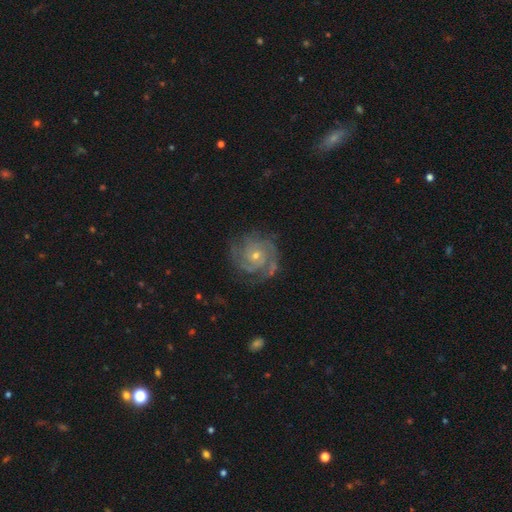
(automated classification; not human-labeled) The model was most divided on "spiral arm count": 3: 34%, 2: 27%, can't tell: 18%, 4: 10%, 1: 6%, more than 4: 6%. More confident: edge-on disk — no (98%); spiral arms — yes (97%); smooth or featured — featured or disk (88%); bar — no (78%); merging — none (76%); bulge size — small (66%); spiral winding — tight (66%).